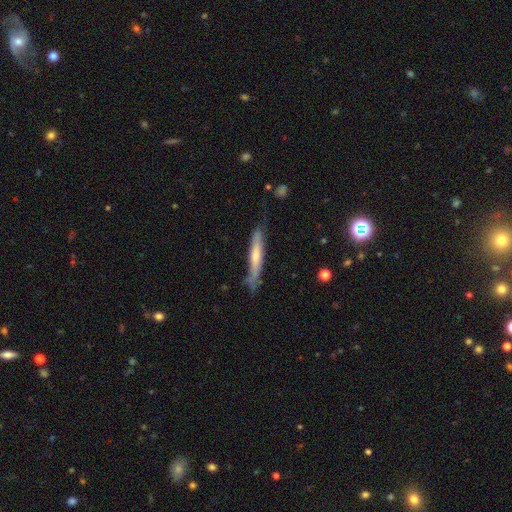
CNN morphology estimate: This appears to be a featured or disk galaxy (49%). Merging: none (67%).